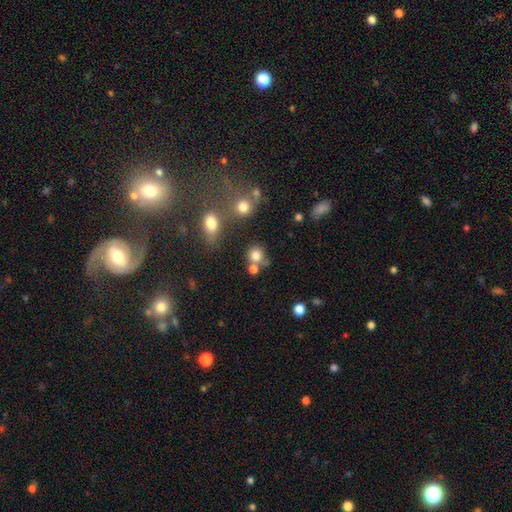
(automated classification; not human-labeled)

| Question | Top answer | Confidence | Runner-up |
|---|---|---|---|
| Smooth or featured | smooth | 78% | star or artifact (13%) |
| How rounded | round | 85% | in between (14%) |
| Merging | none | 57% | merger (27%) |